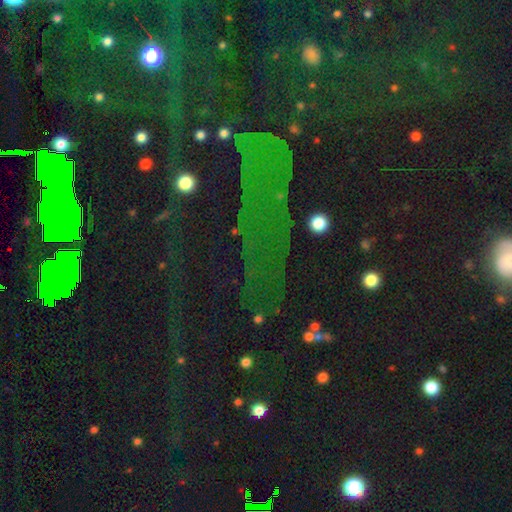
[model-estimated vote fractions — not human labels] smooth_or_featured: star or artifact (p=0.78) [alt: smooth p=0.12]